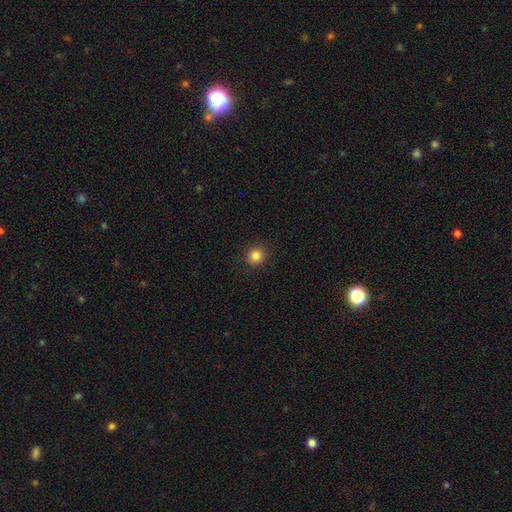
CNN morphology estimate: Q: Smooth or featured?
A: smooth (84%); runner-up: star or artifact (12%)
Q: How rounded?
A: round (91%); runner-up: in between (8%)
Q: Merging?
A: none (91%); runner-up: minor disturbance (6%)